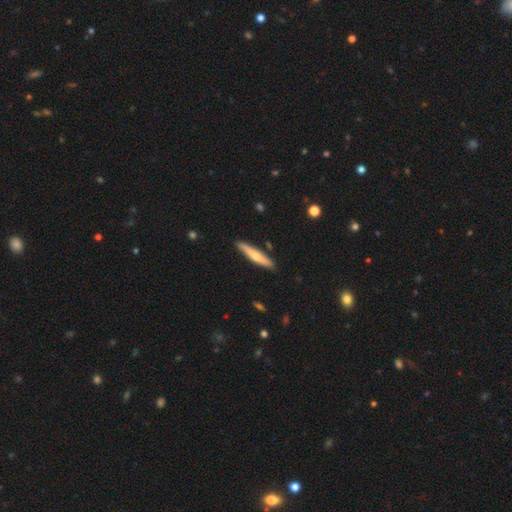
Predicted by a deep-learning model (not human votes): This is possibly a smooth galaxy (54%). How rounded: clearly cigar-shaped (92%). Merging: clearly none (87%).